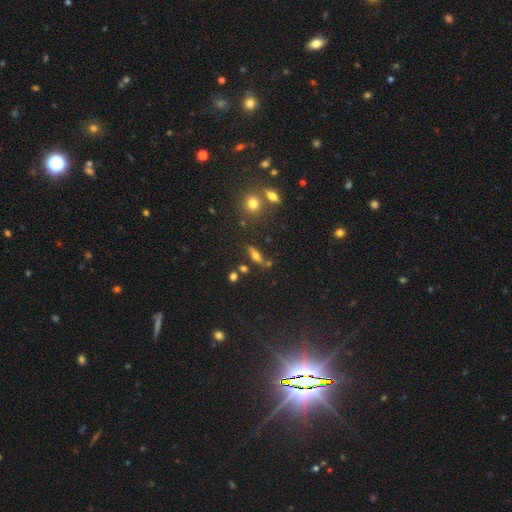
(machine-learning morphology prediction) A smooth galaxy with no disk features (47%). Merging: none (71%).